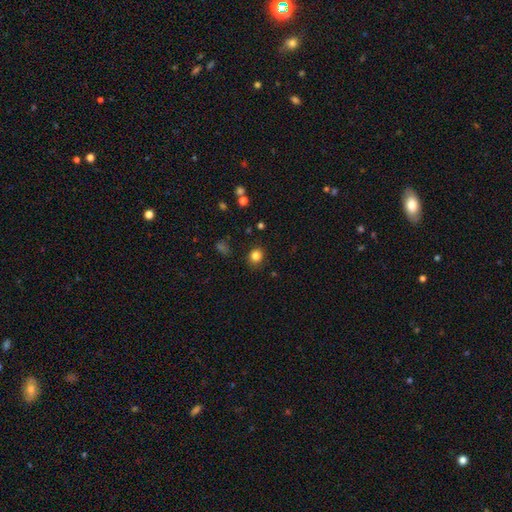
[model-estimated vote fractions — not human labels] smooth-or-featured: smooth: 83% | star or artifact: 12% | featured or disk: 5%
  how-rounded: round: 76% | in between: 23% | cigar-shaped: 1%
  merging: none: 86% | minor disturbance: 10% | major disturbance: 3% | merger: 2%